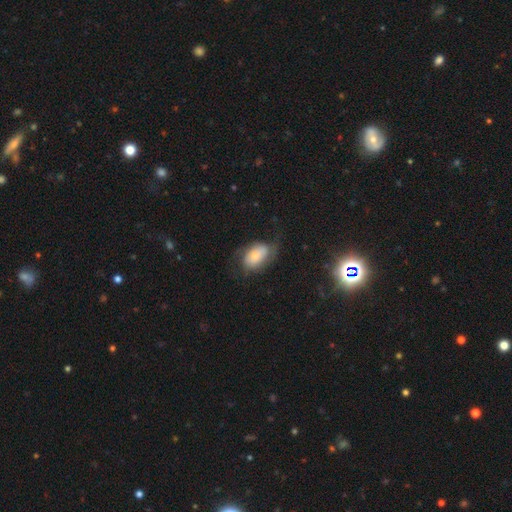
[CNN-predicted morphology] This appears to be a smooth galaxy with no disk features (57%) that is in between round and cigar-shaped (87%). Merging: none (54%).